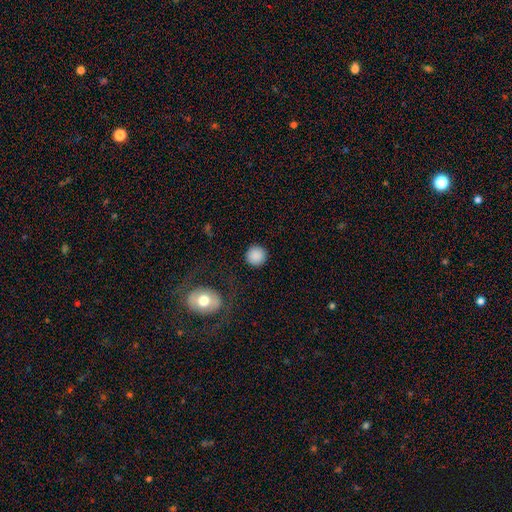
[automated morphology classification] A smooth galaxy with no disk features (87%) that is round (95%). Merging: none (88%).